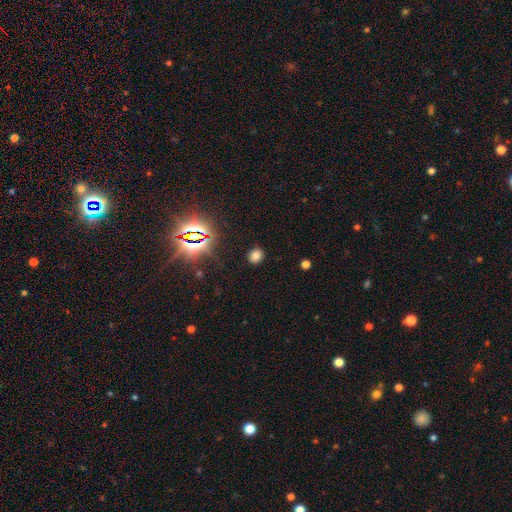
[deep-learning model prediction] Overall: smooth (71%). How rounded: round (69%; in between 30%). Merging: none (88%).